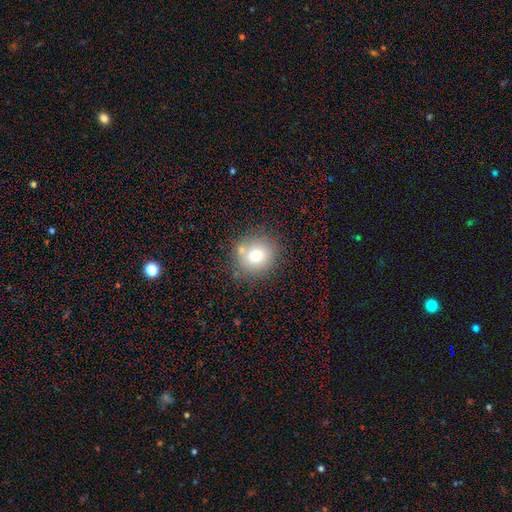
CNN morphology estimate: Smooth or featured: smooth — 74% (featured or disk — 14%)
How rounded: round — 86% (in between — 13%)
Merging: none — 73% (minor disturbance — 13%)